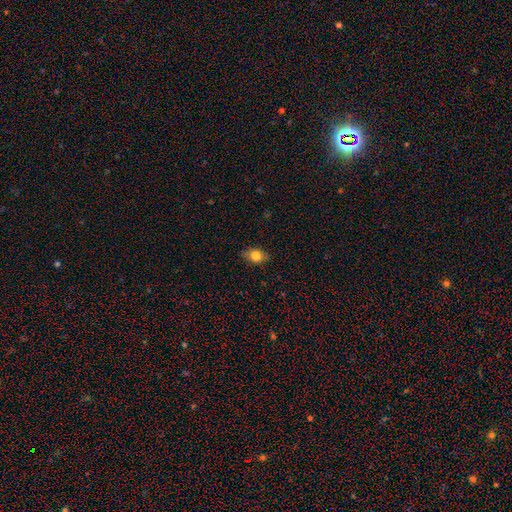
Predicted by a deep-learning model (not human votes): Morphology: type=smooth (77%); roundness=in between (73%); merging=none (84%).